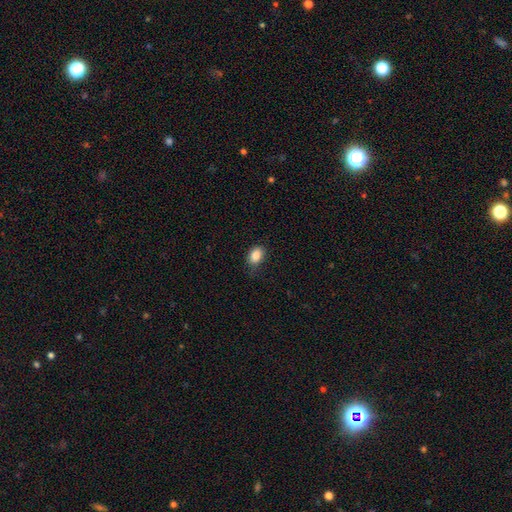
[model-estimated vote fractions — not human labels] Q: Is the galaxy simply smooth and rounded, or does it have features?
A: smooth — 85%.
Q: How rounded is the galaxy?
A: in between — 77%.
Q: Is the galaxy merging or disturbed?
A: none — 78%.